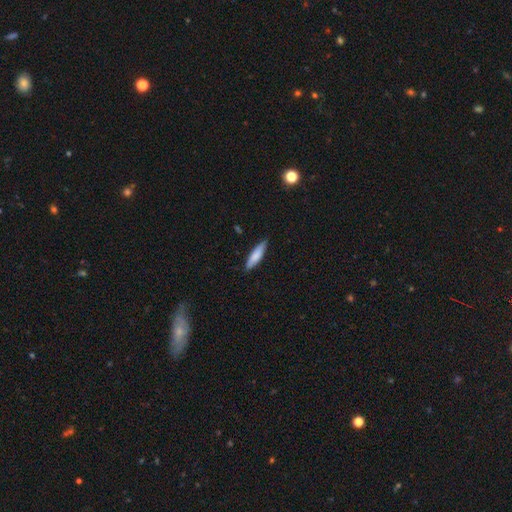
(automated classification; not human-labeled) smooth 76%, featured or disk 18%, star or artifact 6%. Down the decision tree: how rounded — cigar-shaped (71%); merging — none (85%).